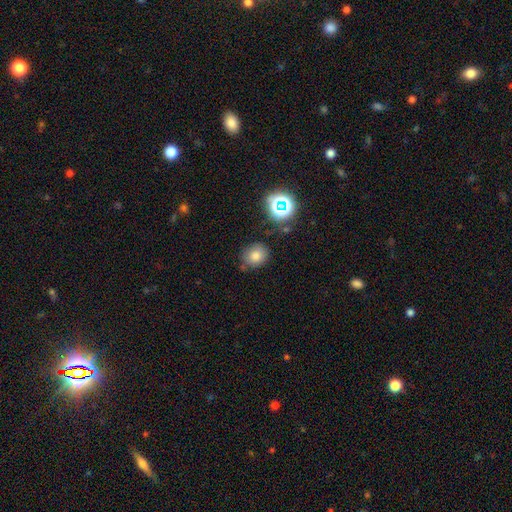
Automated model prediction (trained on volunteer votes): smooth-or-featured: smooth: 74% | star or artifact: 16% | featured or disk: 9%
  how-rounded: round: 69% | in between: 30% | cigar-shaped: 1%
  merging: none: 73% | minor disturbance: 17% | merger: 5% | major disturbance: 4%